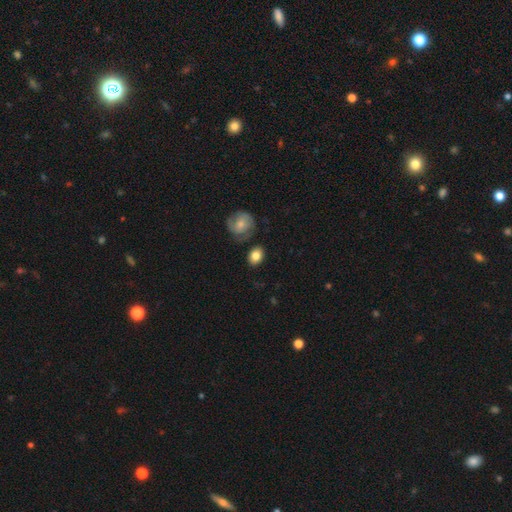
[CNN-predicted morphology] Q: Smooth or featured?
A: smooth (82%); runner-up: featured or disk (12%)
Q: How rounded?
A: in between (59%); runner-up: round (40%)
Q: Merging?
A: none (76%); runner-up: minor disturbance (15%)